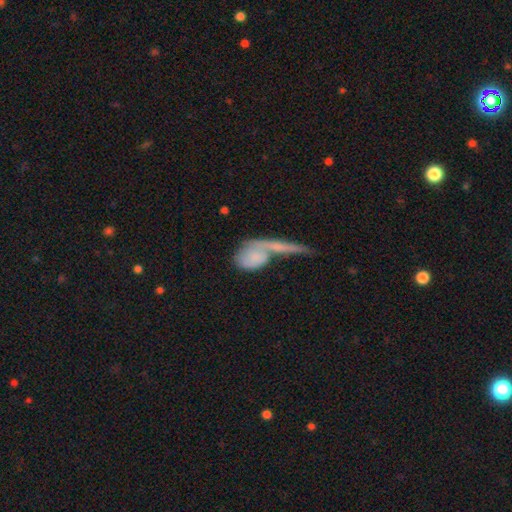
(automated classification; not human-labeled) smooth 60%, featured or disk 33%, star or artifact 7%. Down the decision tree: how rounded — in between (62%); merging — merger (51%).